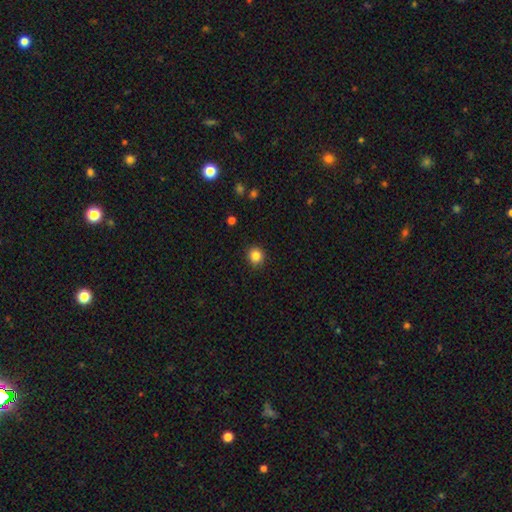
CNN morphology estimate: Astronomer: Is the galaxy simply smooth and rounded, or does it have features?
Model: smooth — 84%.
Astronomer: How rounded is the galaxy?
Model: round — 87%.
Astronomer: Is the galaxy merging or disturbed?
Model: none — 91%.